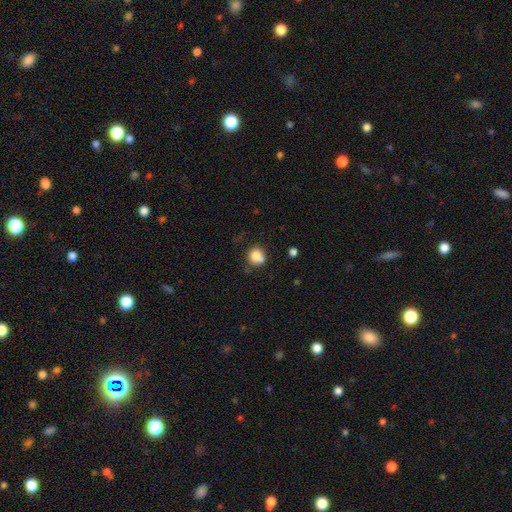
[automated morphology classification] Smooth or featured?
  - smooth: 80% *
  - star or artifact: 11%
  - featured or disk: 9%
How rounded?
  - round: 80% *
  - in between: 19%
  - cigar-shaped: 1%
Merging?
  - none: 55% *
  - minor disturbance: 20%
  - merger: 18%
  - major disturbance: 7%